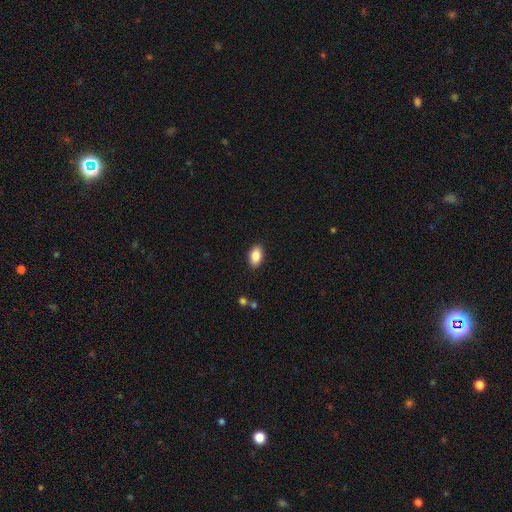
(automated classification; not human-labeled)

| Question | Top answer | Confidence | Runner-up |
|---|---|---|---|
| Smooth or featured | smooth | 86% | star or artifact (8%) |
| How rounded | in between | 91% | round (7%) |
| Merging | none | 89% | minor disturbance (8%) |